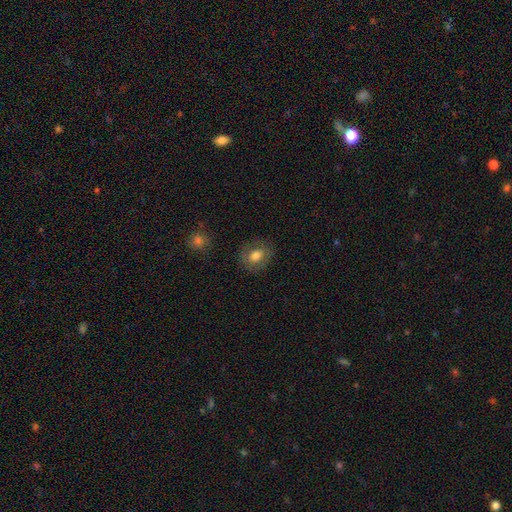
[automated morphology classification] Smooth or featured? Predicted: smooth (p=0.70). How rounded? Predicted: round (p=0.58). Merging? Predicted: none (p=0.81).